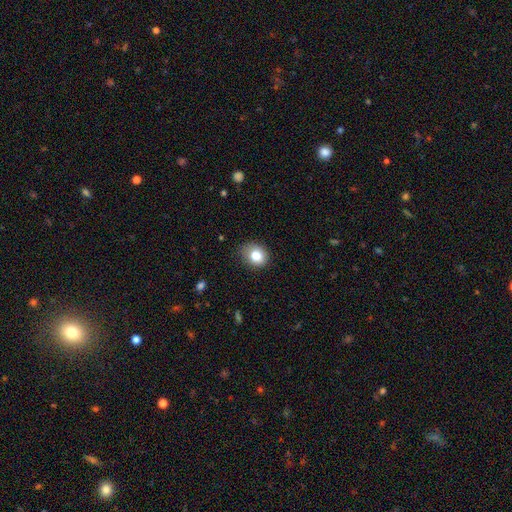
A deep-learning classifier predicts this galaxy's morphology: A smooth galaxy with no disk features (81%) that is round (63%). Merging: none (77%).